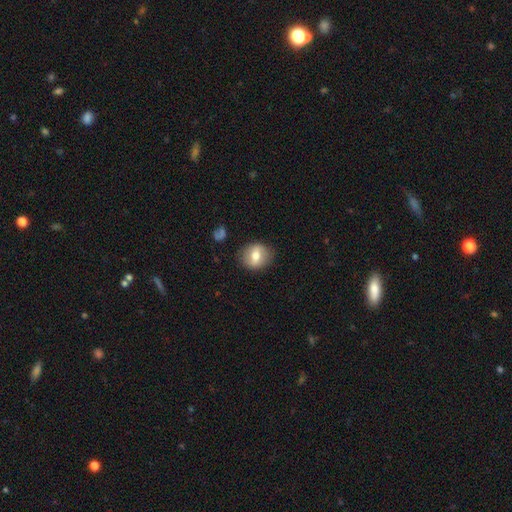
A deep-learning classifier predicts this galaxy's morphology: Overall: smooth (59%; featured or disk 33%). How rounded: round (63%; in between 35%). Merging: none (84%).